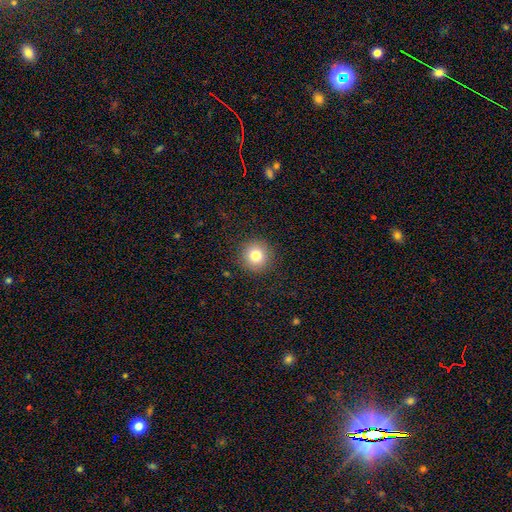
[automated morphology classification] The model was most divided on "smooth or featured": smooth: 80%, star or artifact: 11%, featured or disk: 9%. More confident: how rounded — round (94%); merging — none (90%).